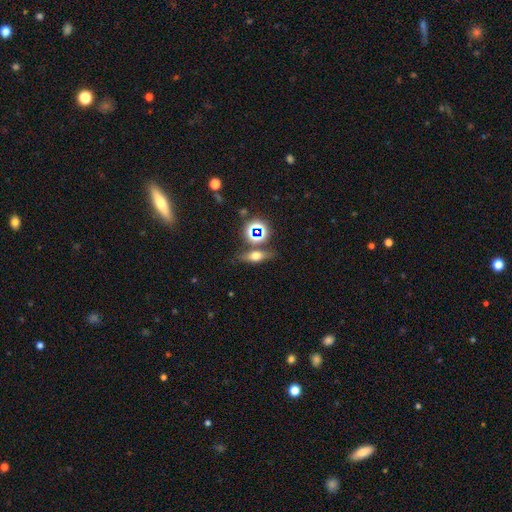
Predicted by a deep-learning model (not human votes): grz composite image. It shows a smooth galaxy with no disk features (49%). Merging: none (73%).